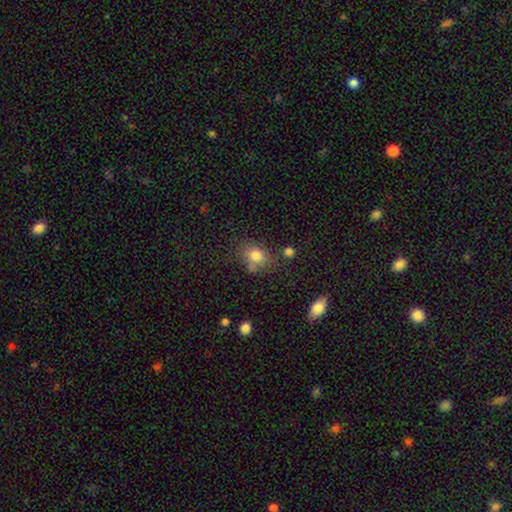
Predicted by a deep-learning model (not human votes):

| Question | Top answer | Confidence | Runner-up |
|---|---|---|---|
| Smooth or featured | smooth | 78% | star or artifact (12%) |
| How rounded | in between | 54% | round (44%) |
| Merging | none | 59% | minor disturbance (21%) |